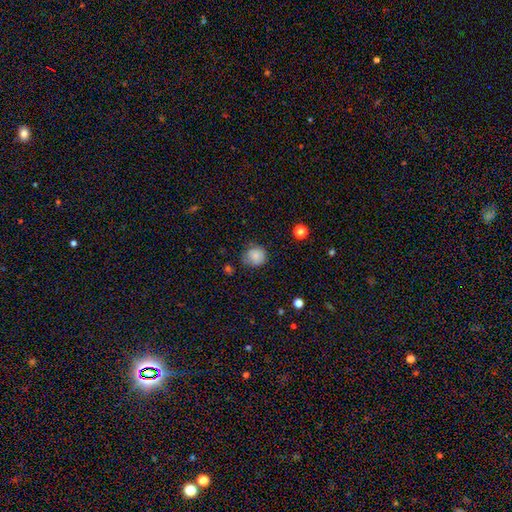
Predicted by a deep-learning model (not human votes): This appears to be a smooth galaxy with no disk features (84%) that is round (86%). Merging: none (69%).